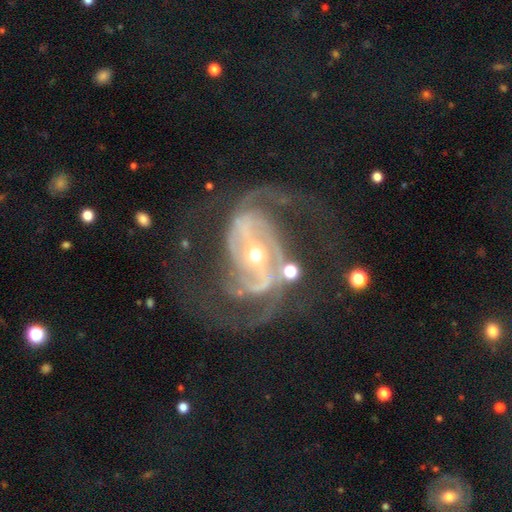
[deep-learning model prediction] This appears to be a featured or disk galaxy (91%) with a strong bar (58%), 2 (74%) medium (55%) spiral arms (97%) and a small central bulge (60%). Merging: none (58%).